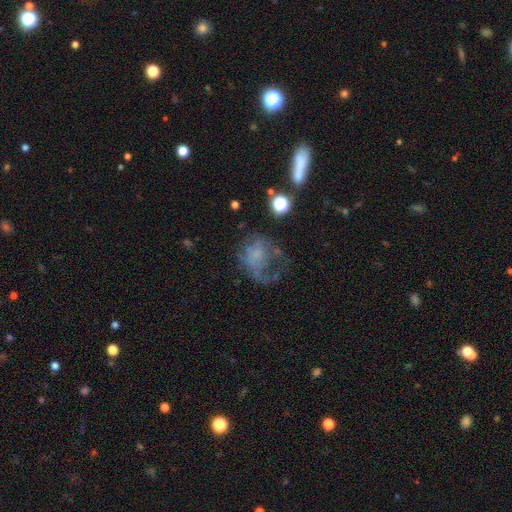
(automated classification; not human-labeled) Smooth or featured? featured or disk (46%)
Merging? major disturbance (49%)